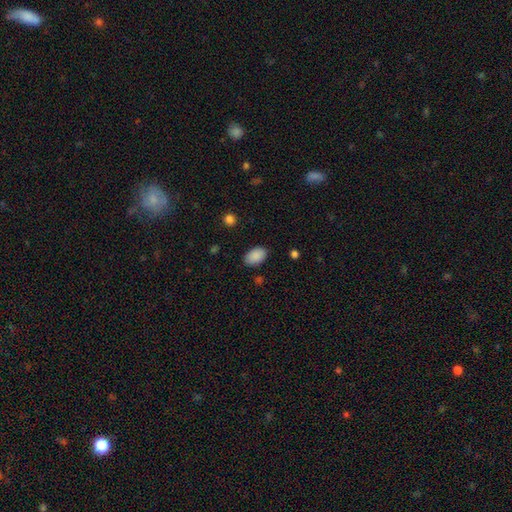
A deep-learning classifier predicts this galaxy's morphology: Smooth or featured? Predicted: smooth (p=0.89). How rounded? Predicted: in between (p=0.91). Merging? Predicted: none (p=0.84).